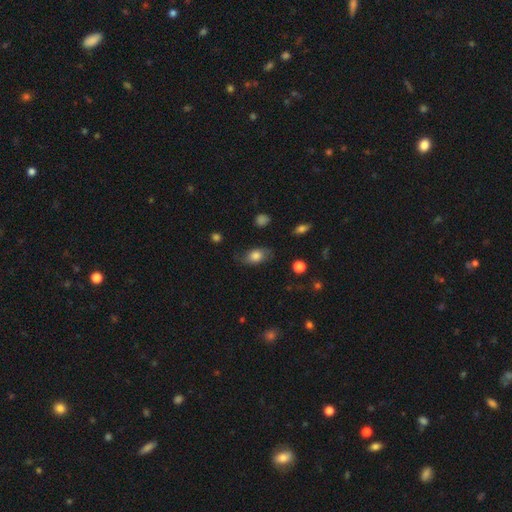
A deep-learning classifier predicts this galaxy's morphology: Q: Smooth or featured?
A: smooth (75%); runner-up: featured or disk (16%)
Q: How rounded?
A: in between (83%); runner-up: round (14%)
Q: Merging?
A: none (71%); runner-up: minor disturbance (21%)